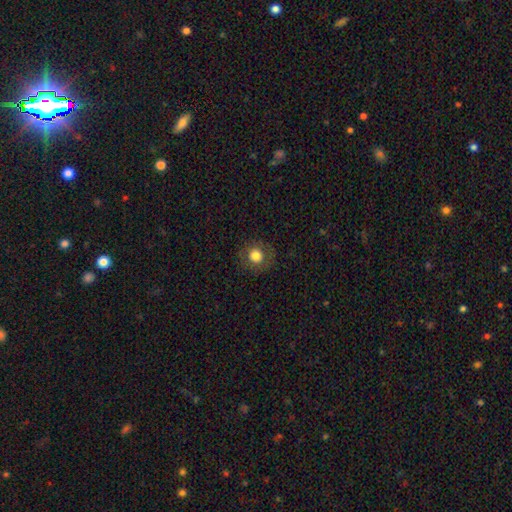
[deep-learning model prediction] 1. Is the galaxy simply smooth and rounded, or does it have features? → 78% smooth, 11% featured or disk, 11% star or artifact.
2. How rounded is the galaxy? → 92% round, 7% in between, 1% cigar-shaped.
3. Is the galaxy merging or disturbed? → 86% none, 9% minor disturbance, 4% major disturbance, 1% merger.